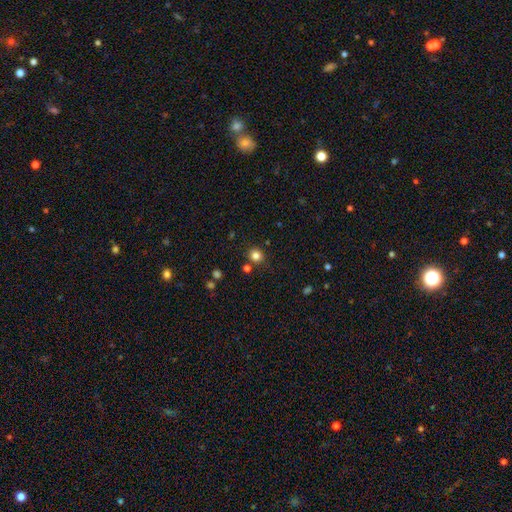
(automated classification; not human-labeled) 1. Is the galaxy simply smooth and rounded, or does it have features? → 82% smooth, 14% star or artifact, 5% featured or disk.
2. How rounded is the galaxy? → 89% round, 10% in between, 1% cigar-shaped.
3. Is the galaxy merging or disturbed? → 83% none, 8% minor disturbance, 6% merger, 3% major disturbance.